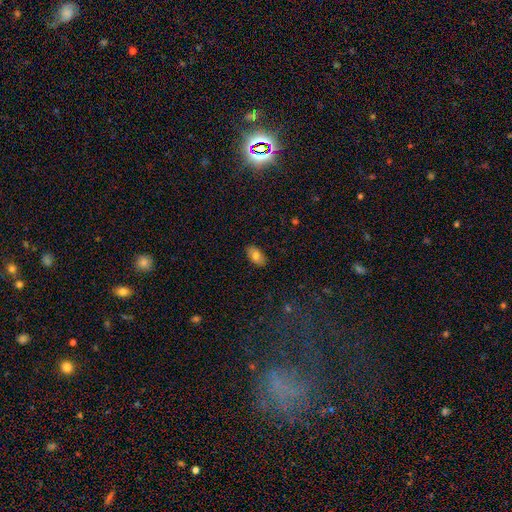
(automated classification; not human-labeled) smooth-or-featured: smooth: 78% | featured or disk: 13% | star or artifact: 8%
  how-rounded: in between: 93% | round: 5% | cigar-shaped: 3%
  merging: none: 86% | minor disturbance: 11% | major disturbance: 2% | merger: 1%